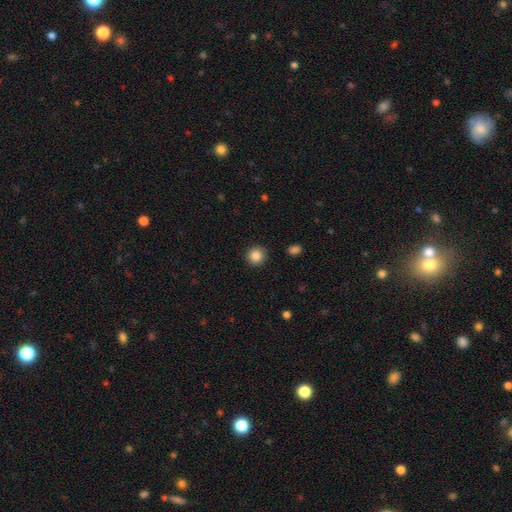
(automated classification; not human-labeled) Smooth or featured: smooth — 86% (star or artifact — 9%)
How rounded: round — 93% (in between — 7%)
Merging: none — 91% (minor disturbance — 6%)